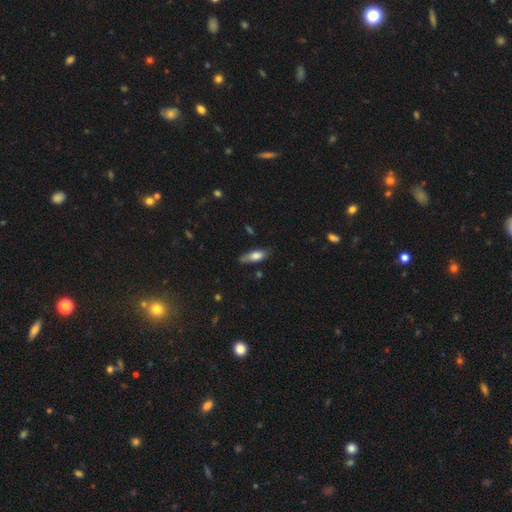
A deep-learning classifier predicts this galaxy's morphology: type=smooth (73%); roundness=in between (66%); merging=none (65%).